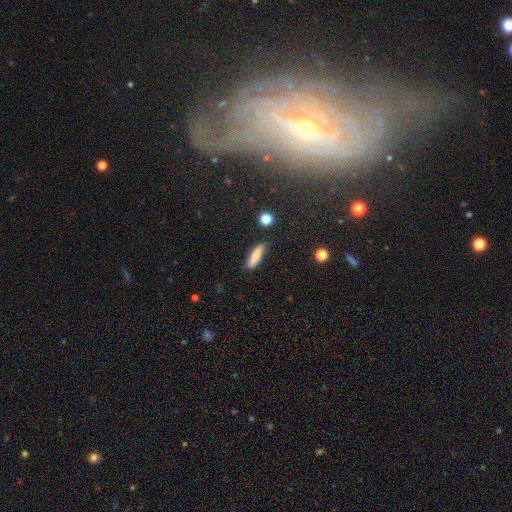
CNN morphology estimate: Smooth or featured? smooth (72%)
How rounded? cigar-shaped (75%)
Merging? none (78%)